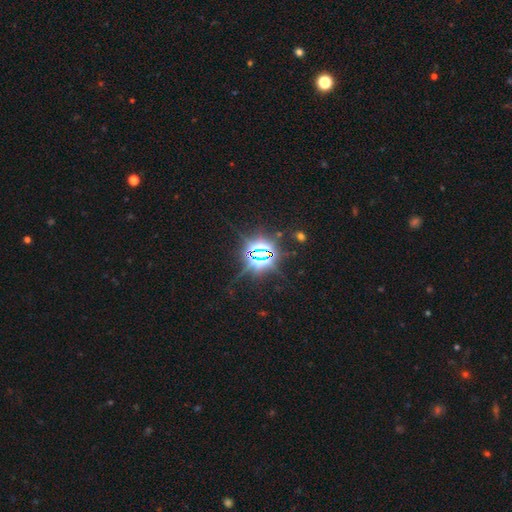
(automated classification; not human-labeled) Smooth or featured?
  - star or artifact: 85% *
  - smooth: 8%
  - featured or disk: 7%